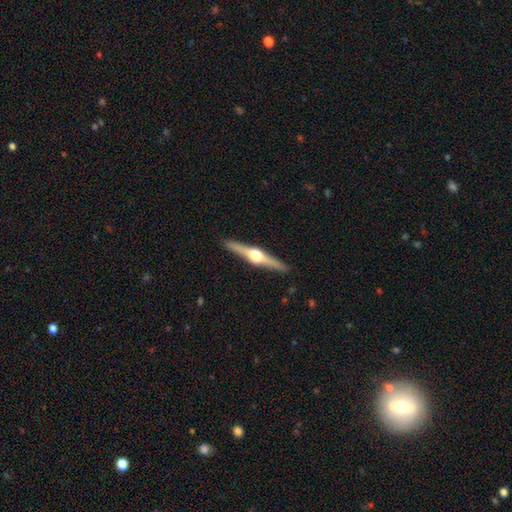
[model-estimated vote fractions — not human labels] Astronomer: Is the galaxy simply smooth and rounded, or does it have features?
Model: featured or disk — 84%.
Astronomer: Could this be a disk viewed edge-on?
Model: yes — 98%.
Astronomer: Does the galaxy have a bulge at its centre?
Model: rounded — 97%.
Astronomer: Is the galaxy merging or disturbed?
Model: none — 92%.